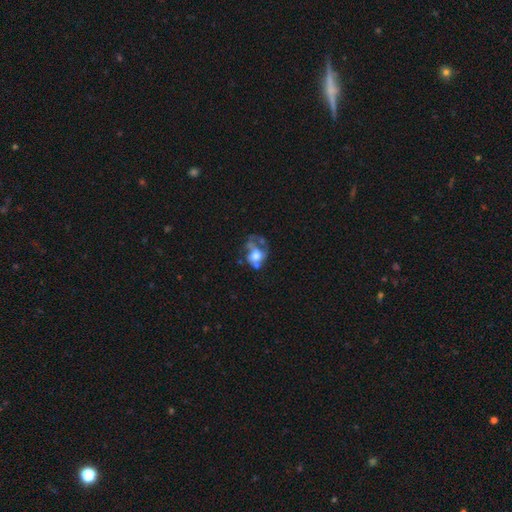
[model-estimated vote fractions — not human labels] smooth_or_featured: featured or disk (p=0.48) [alt: smooth p=0.41]
merging: major disturbance (p=0.43) [alt: none p=0.23]